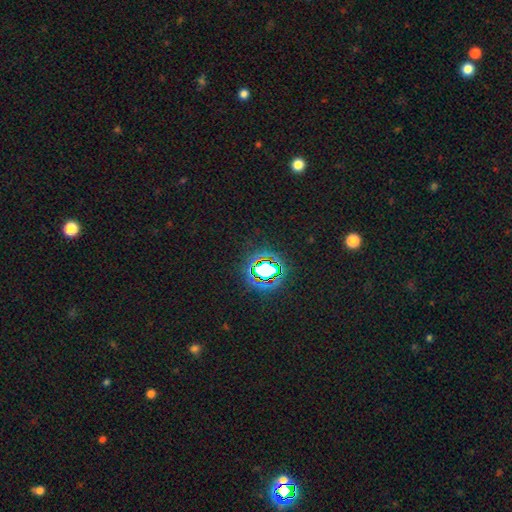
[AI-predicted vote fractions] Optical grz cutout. It shows a star or artifact, not a galaxy (81%).